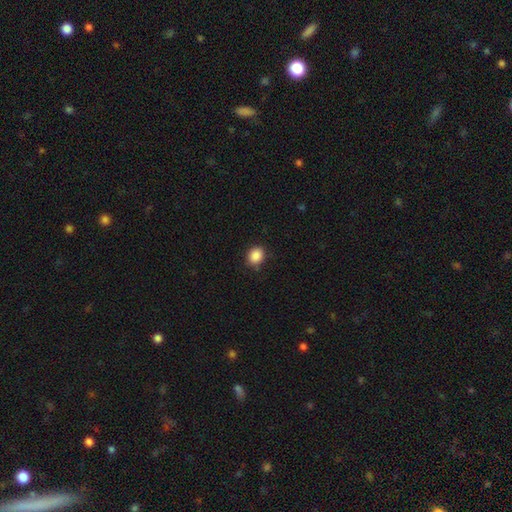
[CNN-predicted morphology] Smooth or featured?
  - smooth: 88% *
  - star or artifact: 9%
  - featured or disk: 3%
How rounded?
  - round: 67% *
  - in between: 32%
  - cigar-shaped: 1%
Merging?
  - none: 84% *
  - minor disturbance: 12%
  - major disturbance: 3%
  - merger: 1%